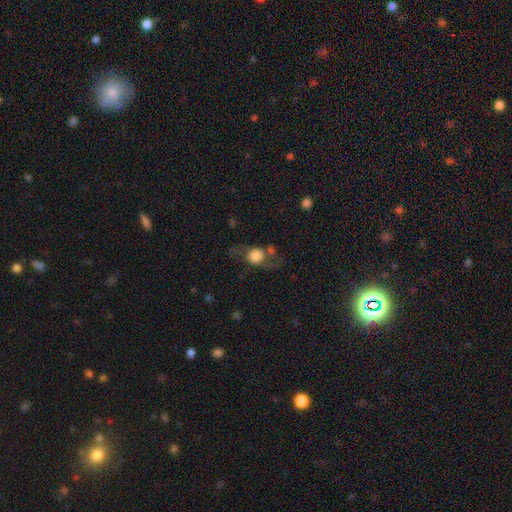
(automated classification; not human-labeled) Smooth or featured? Predicted: smooth (p=0.54). How rounded? Predicted: round (p=0.67). Merging? Predicted: none (p=0.54).